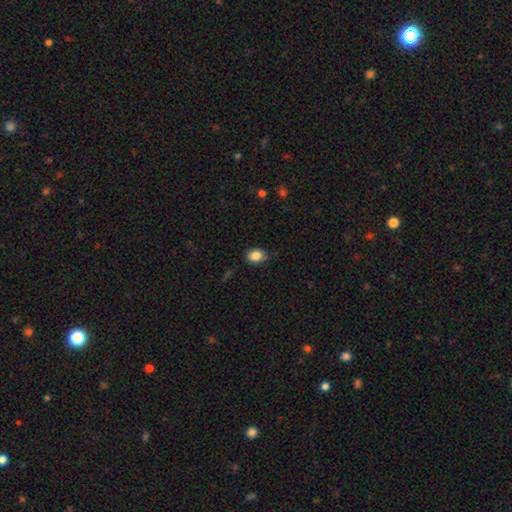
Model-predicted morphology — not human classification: smooth_or_featured: smooth (p=0.87) [alt: star or artifact p=0.09]
how_rounded: in between (p=0.60) [alt: round p=0.39]
merging: none (p=0.77) [alt: minor disturbance p=0.18]